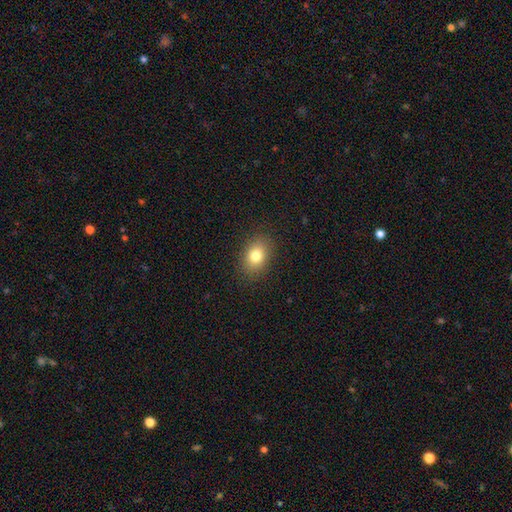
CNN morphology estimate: smooth_or_featured: smooth (p=0.80) [alt: star or artifact p=0.11]
how_rounded: in between (p=0.69) [alt: round p=0.29]
merging: none (p=0.87) [alt: minor disturbance p=0.09]